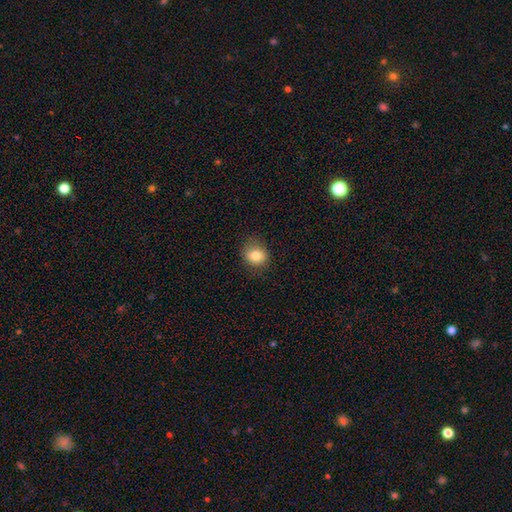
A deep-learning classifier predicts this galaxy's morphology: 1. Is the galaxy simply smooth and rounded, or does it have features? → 82% smooth, 10% star or artifact, 8% featured or disk.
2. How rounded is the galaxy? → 72% round, 27% in between, 1% cigar-shaped.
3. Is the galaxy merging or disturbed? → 82% none, 13% minor disturbance, 3% major disturbance, 1% merger.